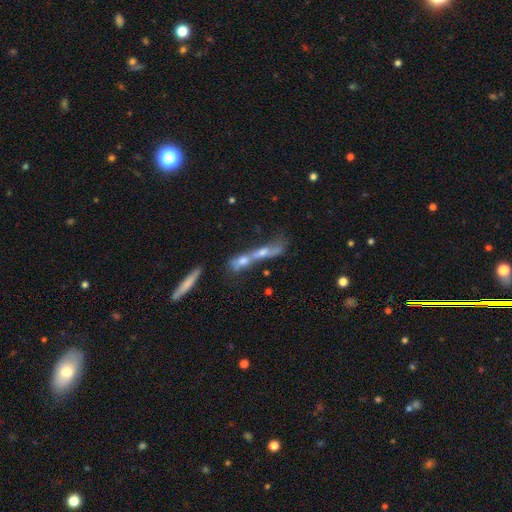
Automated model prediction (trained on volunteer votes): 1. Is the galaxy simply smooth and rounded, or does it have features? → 49% featured or disk, 34% smooth, 17% star or artifact.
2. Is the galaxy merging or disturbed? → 54% merger, 28% none, 9% minor disturbance, 8% major disturbance.